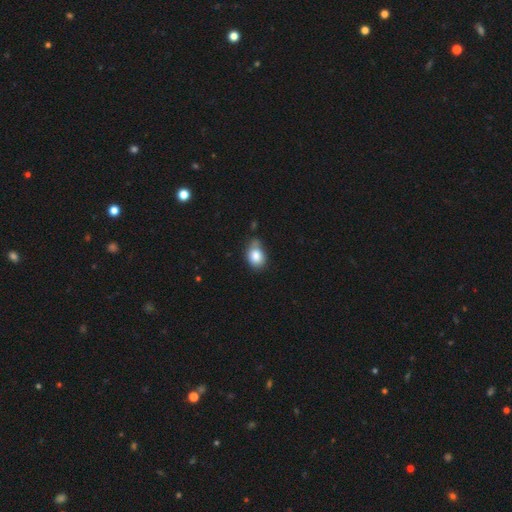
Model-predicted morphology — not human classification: Overall: smooth (84%). How rounded: in between (64%; round 35%). Merging: none (53%; minor disturbance 32%).